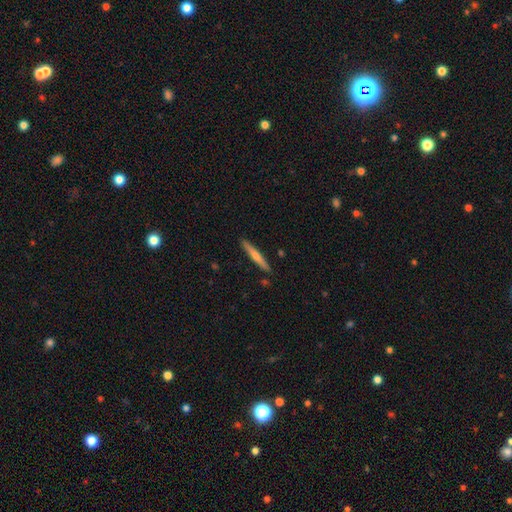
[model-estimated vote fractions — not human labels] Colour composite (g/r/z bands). It shows a featured or disk galaxy (48%). Merging: none (90%).